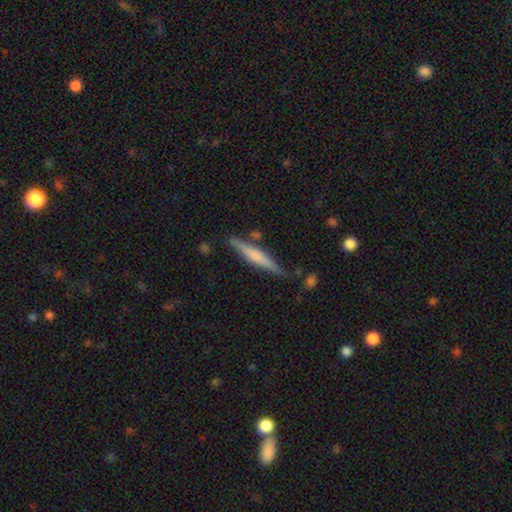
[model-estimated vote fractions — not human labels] Smooth or featured: featured or disk — 48% (smooth — 47%)
Merging: none — 80% (minor disturbance — 13%)